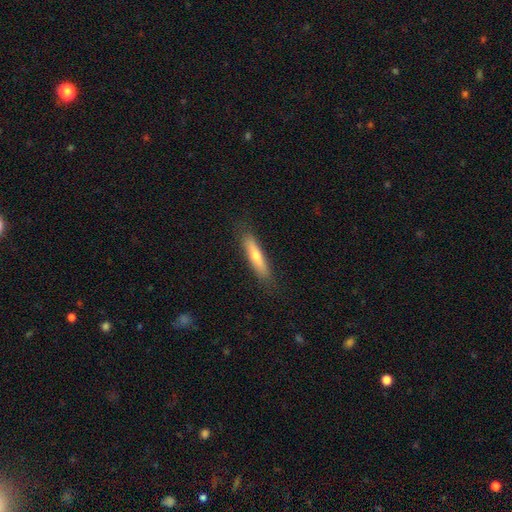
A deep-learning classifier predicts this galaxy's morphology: This appears to be a smooth galaxy with no disk features (58%) that is cigar-shaped (85%). Merging: none (86%).